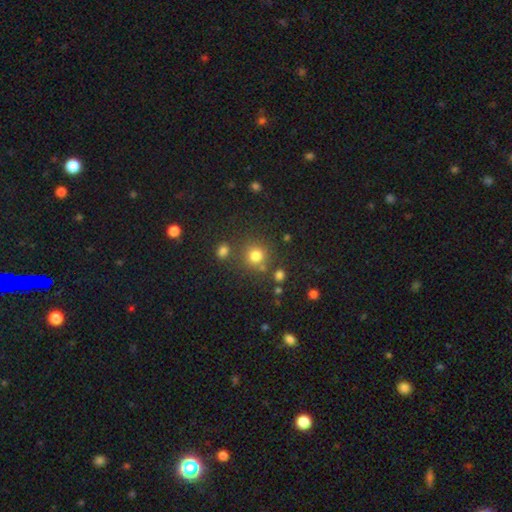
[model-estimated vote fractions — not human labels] The model was most divided on "smooth or featured": smooth: 77%, star or artifact: 16%, featured or disk: 7%. More confident: how rounded — round (90%); merging — none (75%).